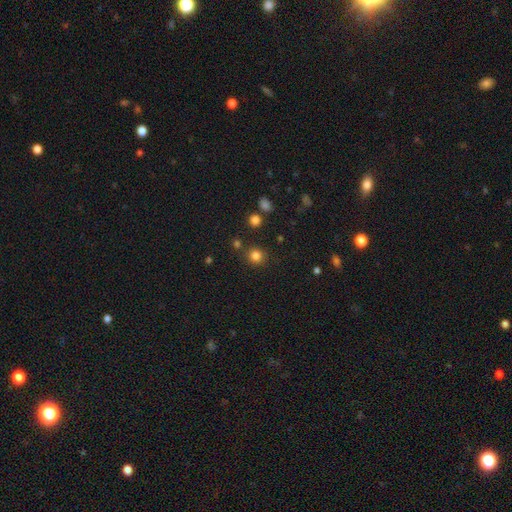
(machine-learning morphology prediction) This appears to be a smooth galaxy with no disk features (81%) that is round (90%). Merging: none (84%).